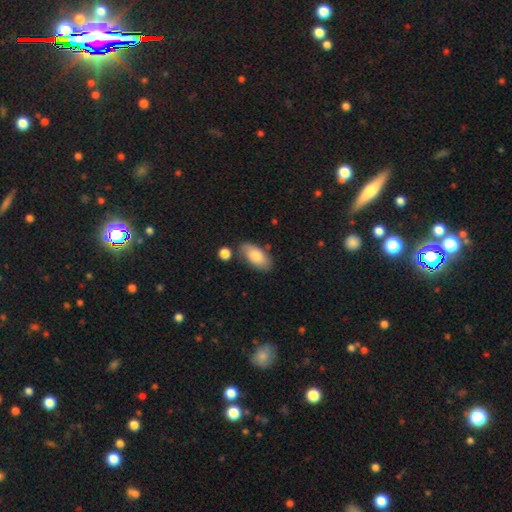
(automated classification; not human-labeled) Morphology: type=smooth (79%); roundness=in between (93%); merging=none (69%).